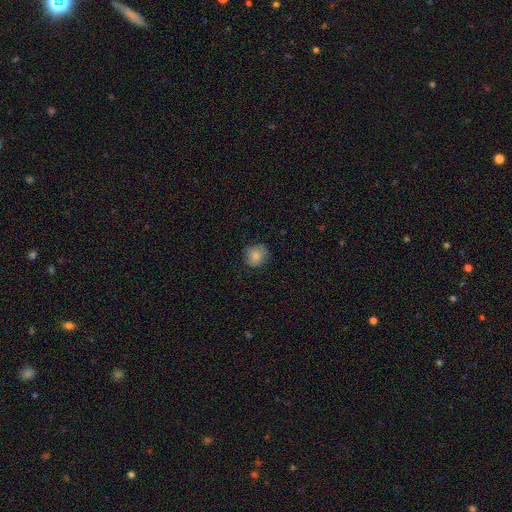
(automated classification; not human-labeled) Smooth or featured: smooth — 83% (star or artifact — 9%)
How rounded: round — 85% (in between — 14%)
Merging: none — 78% (minor disturbance — 17%)